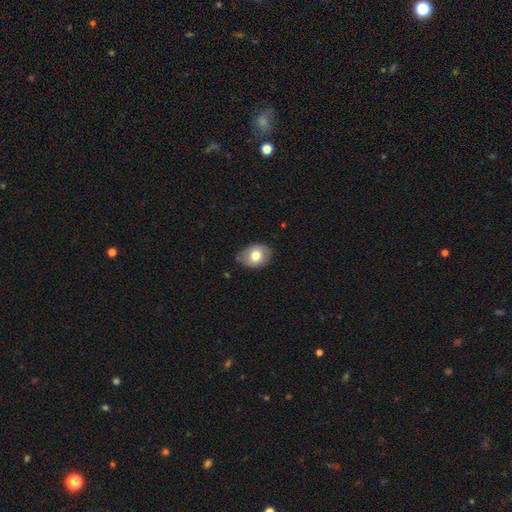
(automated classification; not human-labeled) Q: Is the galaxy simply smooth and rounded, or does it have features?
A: smooth — 75%.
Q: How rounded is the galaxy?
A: in between — 67%.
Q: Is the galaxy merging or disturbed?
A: none — 80%.